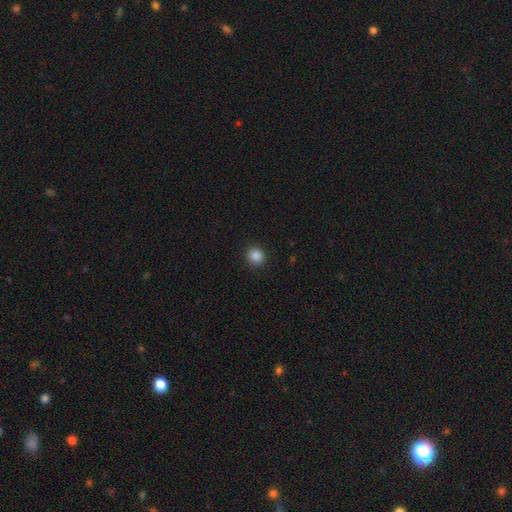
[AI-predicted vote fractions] Morphology: type=smooth (87%); roundness=round (92%); merging=none (92%).